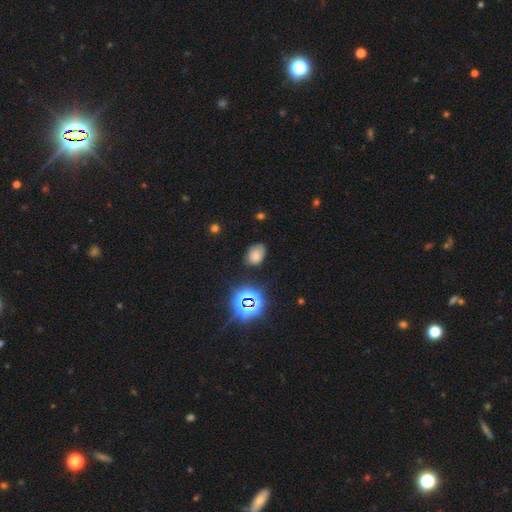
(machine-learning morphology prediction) Smooth or featured: smooth — 69% (star or artifact — 20%)
How rounded: in between — 79% (round — 20%)
Merging: none — 67% (minor disturbance — 25%)